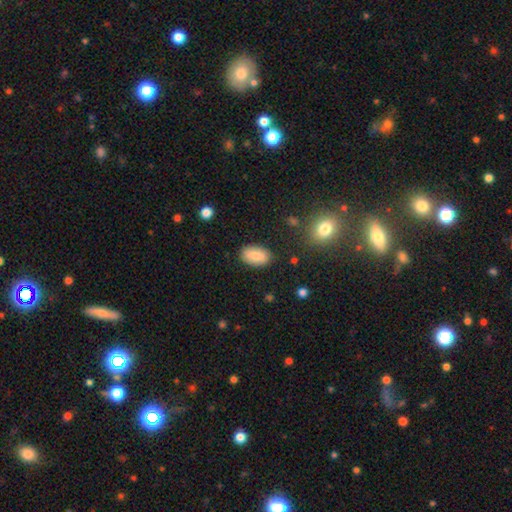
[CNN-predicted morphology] Smooth or featured? smooth (84%)
How rounded? in between (92%)
Merging? none (85%)